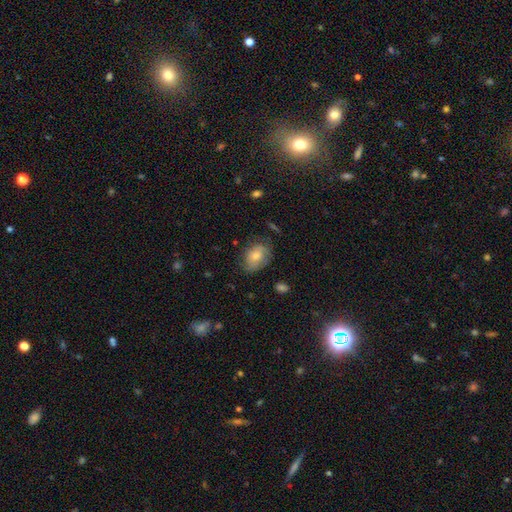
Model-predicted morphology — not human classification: A smooth galaxy with no disk features (68%) that is in between round and cigar-shaped (75%). Merging: none (64%).